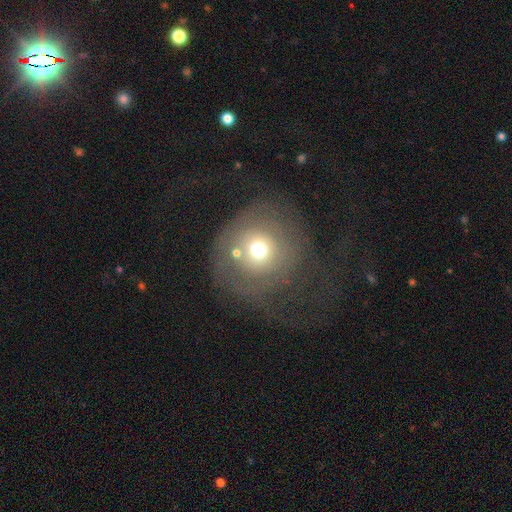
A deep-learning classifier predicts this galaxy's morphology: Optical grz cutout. It shows a featured or disk galaxy (47%). Merging: none (45%).